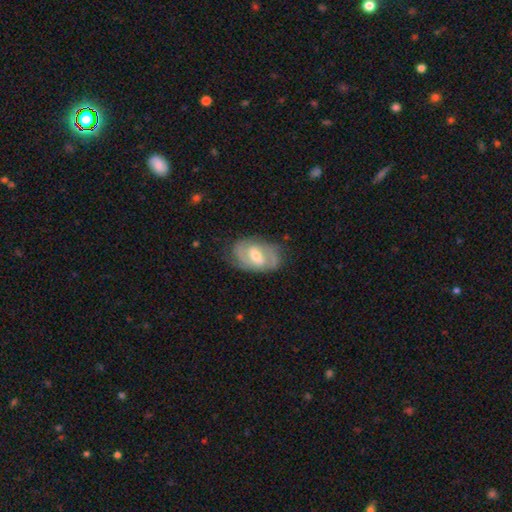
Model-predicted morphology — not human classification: Overall: featured or disk (79%). Edge-on disk: no (96%). Bar: weak (54%; no 23%). Spiral arms: yes (90%). Spiral arm count: 2 (71%). Spiral winding: tight (47%; medium 42%). Bulge size: moderate (67%). Merging: none (75%).